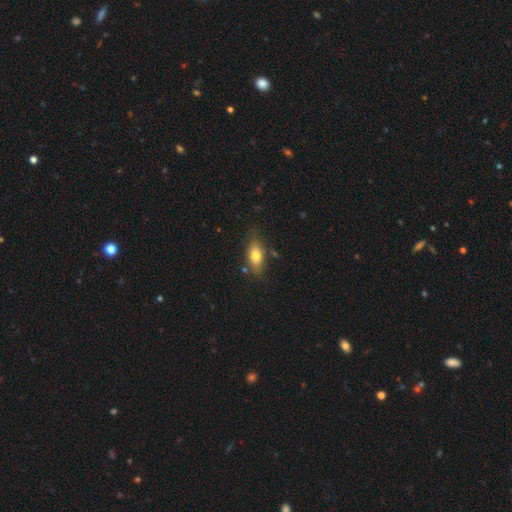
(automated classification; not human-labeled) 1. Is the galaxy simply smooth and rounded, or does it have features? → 75% smooth, 17% featured or disk, 8% star or artifact.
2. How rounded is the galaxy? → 82% in between, 12% cigar-shaped, 6% round.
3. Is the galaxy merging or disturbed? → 76% none, 17% minor disturbance, 4% merger, 4% major disturbance.